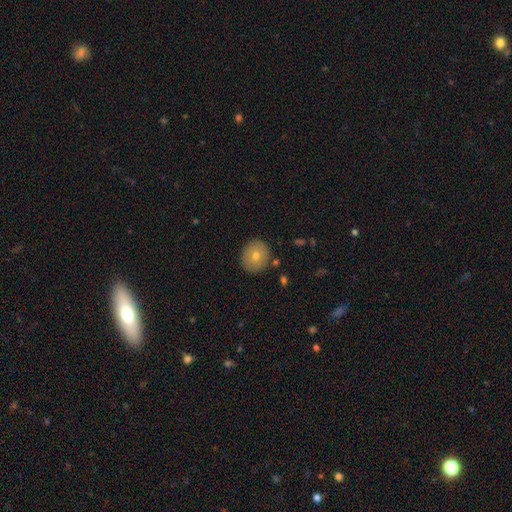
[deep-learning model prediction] Smooth or featured: smooth — 67% (featured or disk — 24%)
How rounded: round — 75% (in between — 24%)
Merging: none — 87% (minor disturbance — 9%)